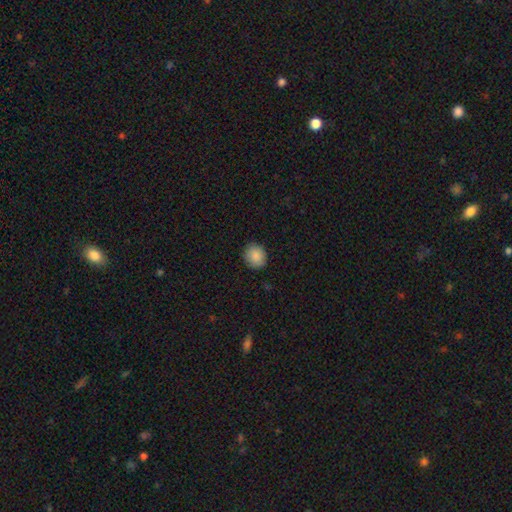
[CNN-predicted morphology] The model was most divided on "how rounded": round: 80%, in between: 19%, cigar-shaped: 1%. More confident: merging — none (89%); smooth or featured — smooth (89%).